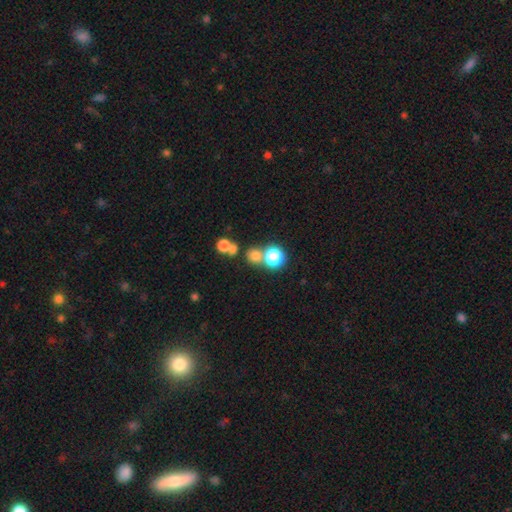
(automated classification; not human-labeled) This is likely a smooth galaxy (69%). How rounded: clearly round (85%). Merging: possibly none (58%).